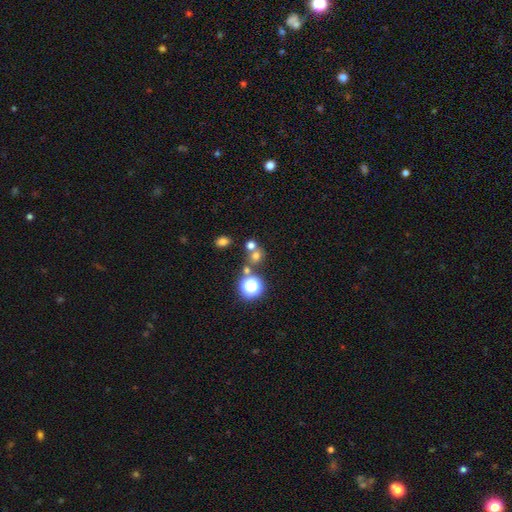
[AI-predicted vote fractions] A smooth galaxy with no disk features (62%) that is round (82%).

Vote fractions:
- Smooth or featured? smooth: 62% / star or artifact: 28% / featured or disk: 10%
- How rounded? round: 82% / in between: 17% / cigar-shaped: 1%
- Merging? none: 59% / merger: 30% / minor disturbance: 8% / major disturbance: 4%